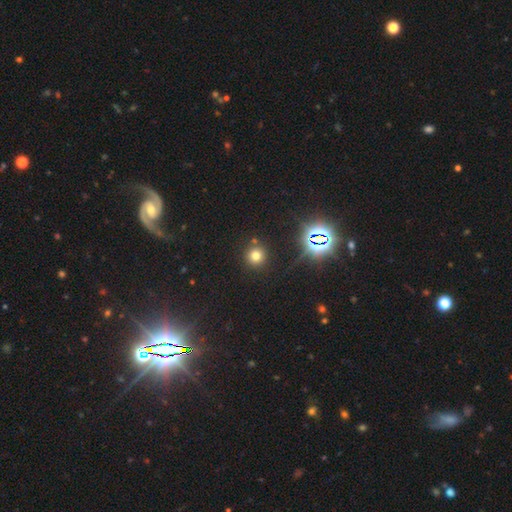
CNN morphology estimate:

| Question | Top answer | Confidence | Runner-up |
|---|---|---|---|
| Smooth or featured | smooth | 68% | star or artifact (24%) |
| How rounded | round | 93% | in between (6%) |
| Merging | none | 85% | minor disturbance (6%) |